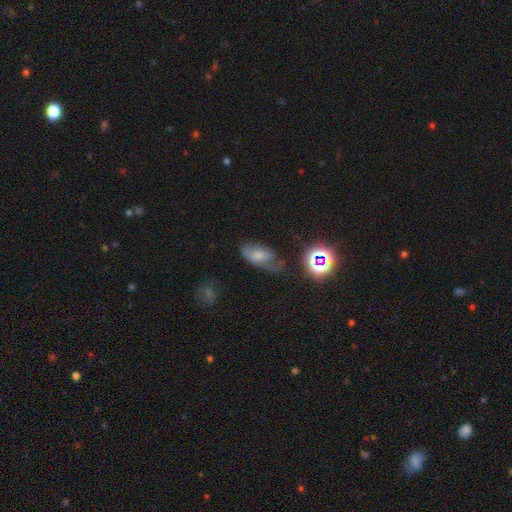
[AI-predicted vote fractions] Morphology: type=featured or disk (39%); merging=none (49%).